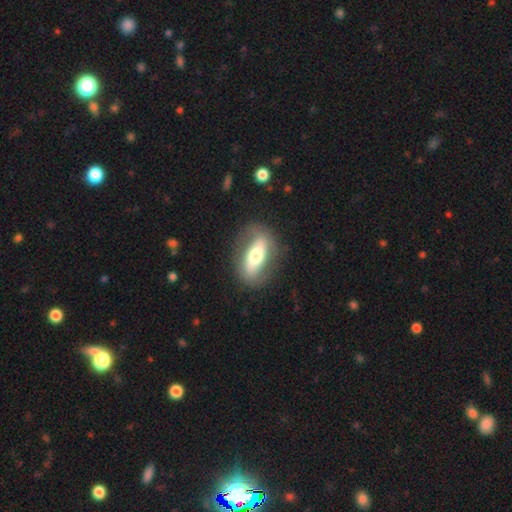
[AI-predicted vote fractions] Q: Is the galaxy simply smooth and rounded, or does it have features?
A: featured or disk — 51%.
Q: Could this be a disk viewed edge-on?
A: no — 71%.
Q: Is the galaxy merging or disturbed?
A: none — 79%.